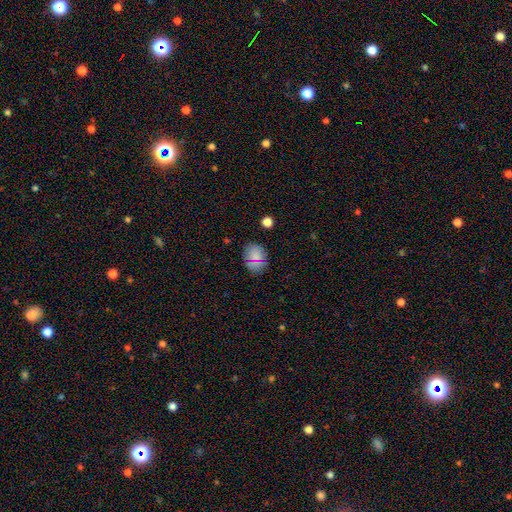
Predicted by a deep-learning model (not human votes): Smooth or featured: smooth — 78% (star or artifact — 16%)
How rounded: in between — 49% (tied with round — 49%)
Merging: none — 85% (minor disturbance — 11%)